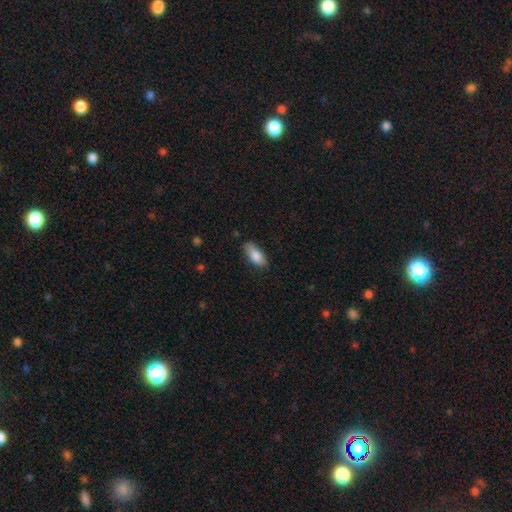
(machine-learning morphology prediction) The model was most divided on "merging": none: 79%, minor disturbance: 17%, major disturbance: 3%, merger: 1%. More confident: how rounded — in between (84%); smooth or featured — smooth (84%).